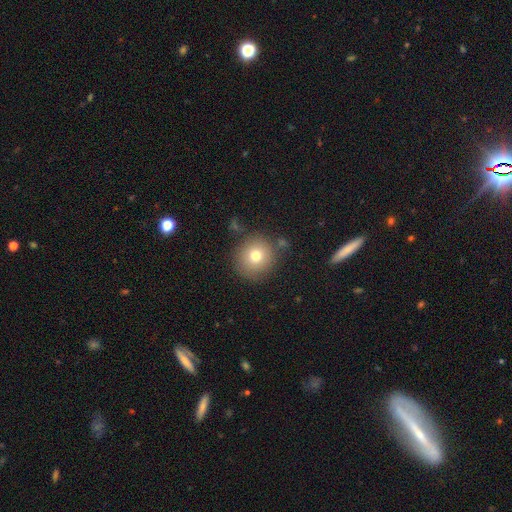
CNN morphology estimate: smooth-or-featured: smooth: 75% | featured or disk: 13% | star or artifact: 12%
  how-rounded: round: 92% | in between: 7% | cigar-shaped: 1%
  merging: none: 82% | minor disturbance: 10% | merger: 5% | major disturbance: 4%